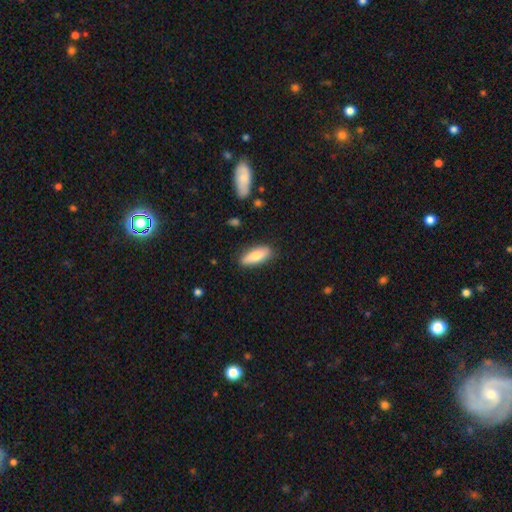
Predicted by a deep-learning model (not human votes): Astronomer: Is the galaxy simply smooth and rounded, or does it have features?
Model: smooth — 76%.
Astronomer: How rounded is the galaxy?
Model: in between — 65%.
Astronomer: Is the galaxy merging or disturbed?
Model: none — 84%.